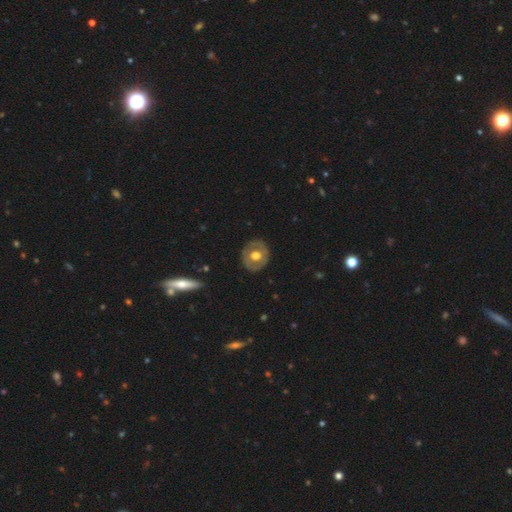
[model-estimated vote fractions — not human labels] Overall: featured or disk (50%; smooth 45%). Merging: none (84%).